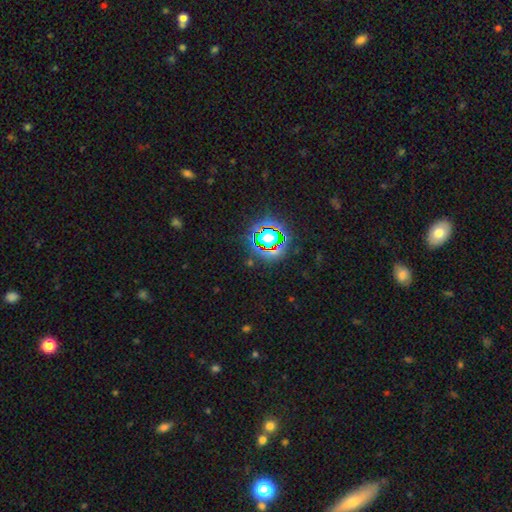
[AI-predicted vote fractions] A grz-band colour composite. It shows a star or artifact, not a galaxy (78%).